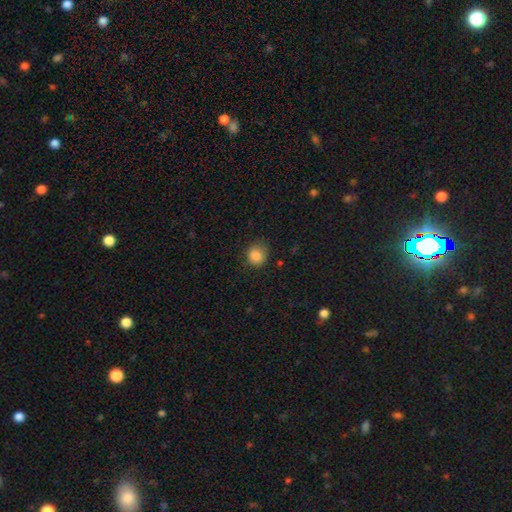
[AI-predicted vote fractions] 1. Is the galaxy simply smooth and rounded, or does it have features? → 85% smooth, 10% star or artifact, 4% featured or disk.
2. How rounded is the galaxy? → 84% round, 15% in between, 1% cigar-shaped.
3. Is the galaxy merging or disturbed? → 76% none, 18% minor disturbance, 5% major disturbance, 1% merger.